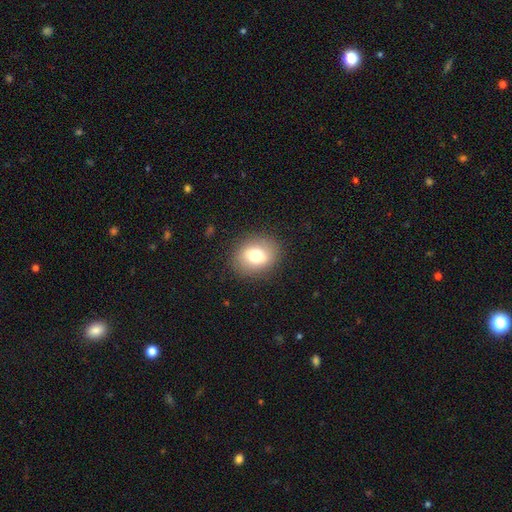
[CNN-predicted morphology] A smooth galaxy with no disk features (73%) that is round (53%).

Vote fractions:
- Smooth or featured? smooth: 73% / featured or disk: 17% / star or artifact: 10%
- How rounded? round: 53% / in between: 46% / cigar-shaped: 1%
- Merging? none: 87% / minor disturbance: 8% / major disturbance: 3% / merger: 1%